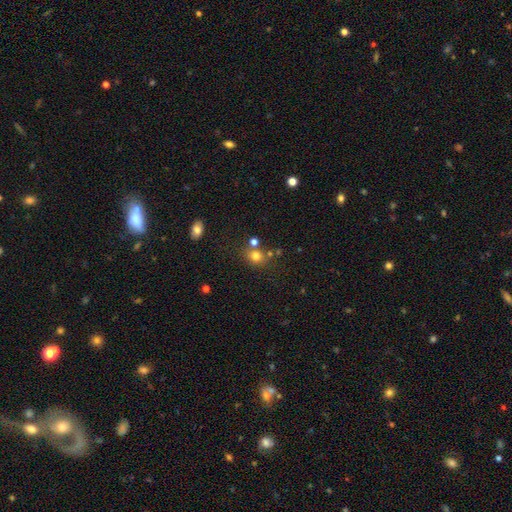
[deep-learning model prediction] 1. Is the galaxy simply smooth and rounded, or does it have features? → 76% smooth, 16% star or artifact, 8% featured or disk.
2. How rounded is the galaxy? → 74% round, 25% in between, 1% cigar-shaped.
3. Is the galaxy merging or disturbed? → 66% none, 17% merger, 12% minor disturbance, 4% major disturbance.